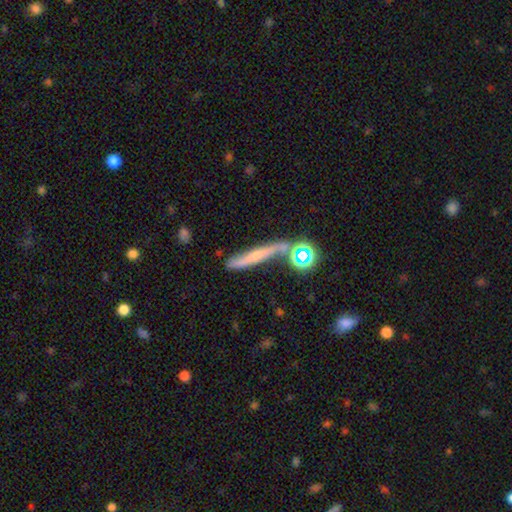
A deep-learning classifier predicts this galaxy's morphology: The model was most divided on "smooth or featured": smooth: 48%, featured or disk: 38%, star or artifact: 14%. More confident: merging — none (62%).